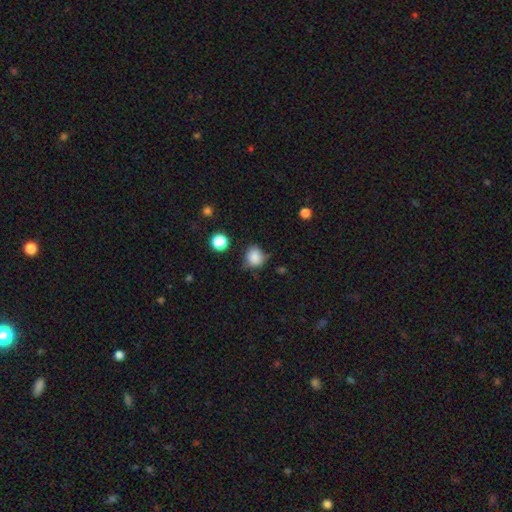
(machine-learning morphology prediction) This is clearly a smooth galaxy (84%). How rounded: likely round (78%). Merging: likely none (62%).